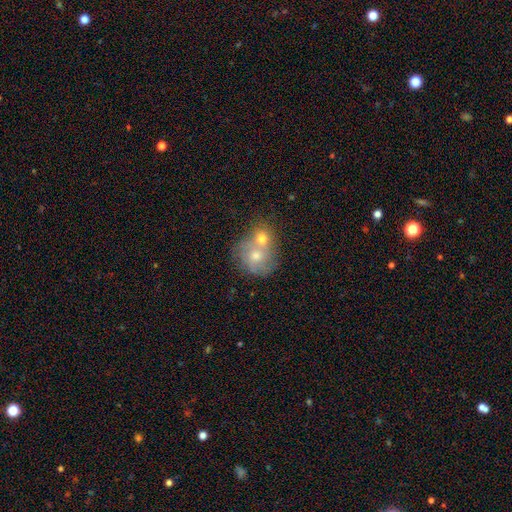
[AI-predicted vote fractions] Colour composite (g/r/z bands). It shows a smooth galaxy with no disk features (50%). Merging: merger (61%).